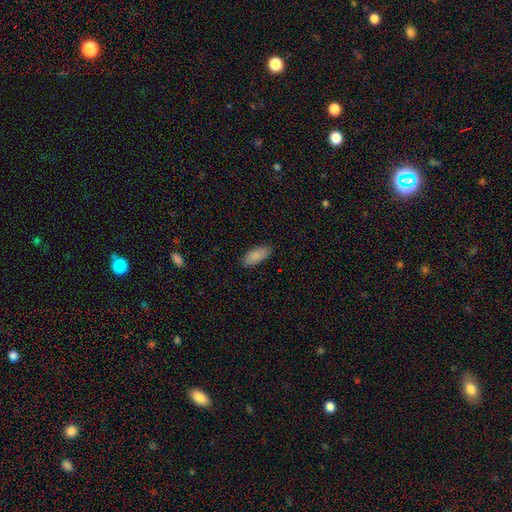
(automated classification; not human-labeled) Smooth or featured: smooth — 88% (star or artifact — 6%)
How rounded: in between — 88% (cigar-shaped — 10%)
Merging: none — 85% (minor disturbance — 11%)